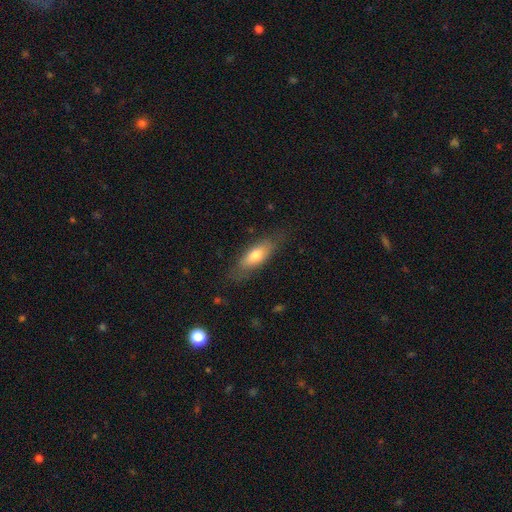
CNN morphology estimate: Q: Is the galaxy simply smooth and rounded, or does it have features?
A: smooth — 71%.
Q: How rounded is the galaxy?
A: in between — 66%.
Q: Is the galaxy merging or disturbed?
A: none — 75%.